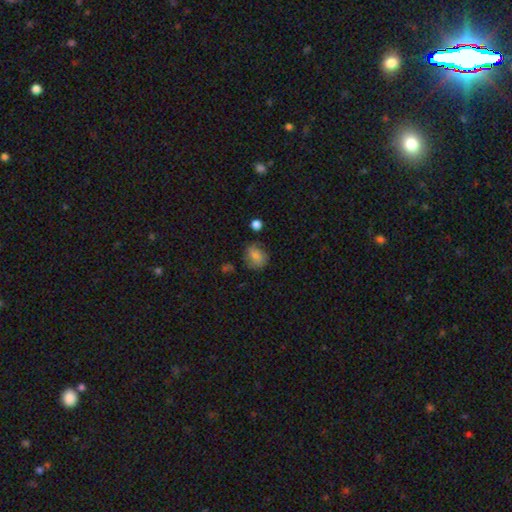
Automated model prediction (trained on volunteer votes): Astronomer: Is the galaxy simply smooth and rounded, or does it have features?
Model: smooth — 75%.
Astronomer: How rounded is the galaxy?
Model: round — 61% (runner-up: in between, 37%).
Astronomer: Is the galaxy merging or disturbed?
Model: none — 68%.